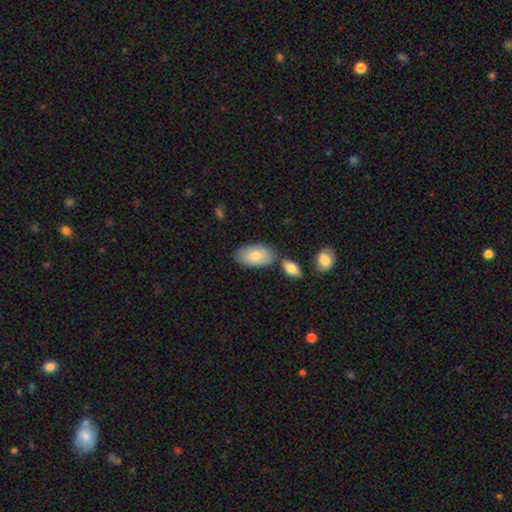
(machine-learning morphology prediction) smooth-or-featured: smooth: 77% | featured or disk: 17% | star or artifact: 6%
  how-rounded: in between: 94% | round: 4% | cigar-shaped: 2%
  merging: none: 69% | minor disturbance: 15% | merger: 13% | major disturbance: 3%